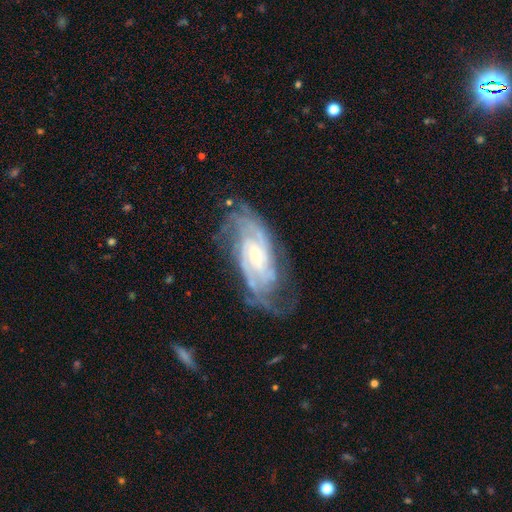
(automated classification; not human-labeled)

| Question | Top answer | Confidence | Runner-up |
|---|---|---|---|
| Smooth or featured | featured or disk | 88% | smooth (6%) |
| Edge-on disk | no | 94% | yes (6%) |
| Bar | no | 53% | weak (35%) |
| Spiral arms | yes | 96% | no (4%) |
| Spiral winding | tight | 56% | medium (36%) |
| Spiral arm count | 2 | 32% | can't tell (28%) |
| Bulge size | small | 69% | moderate (26%) |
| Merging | none | 65% | minor disturbance (21%) |